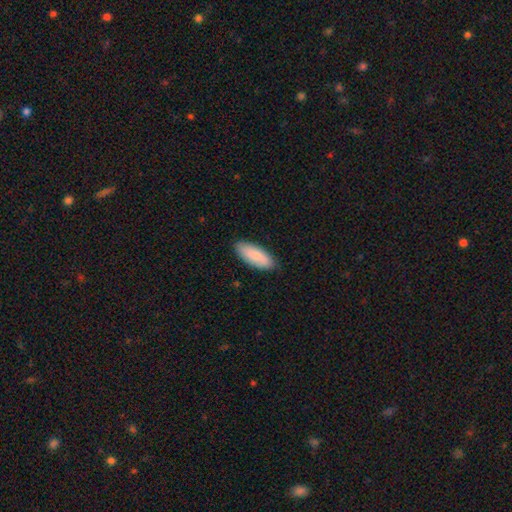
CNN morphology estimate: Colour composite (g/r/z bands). It shows a smooth galaxy with no disk features (84%) that is in between round and cigar-shaped (78%). Merging: none (85%).